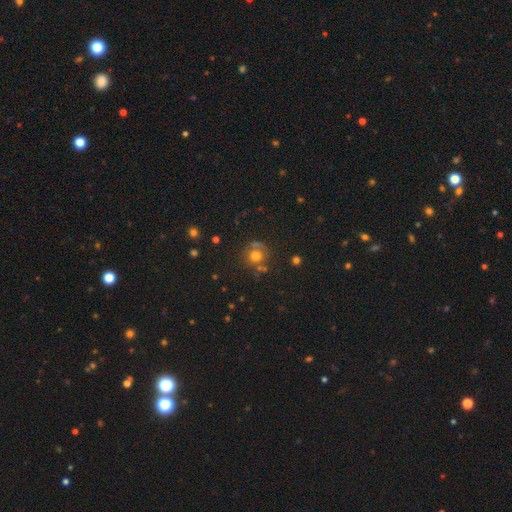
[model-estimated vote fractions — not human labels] A smooth galaxy with no disk features (68%) that is round (87%). Merging: none (64%).